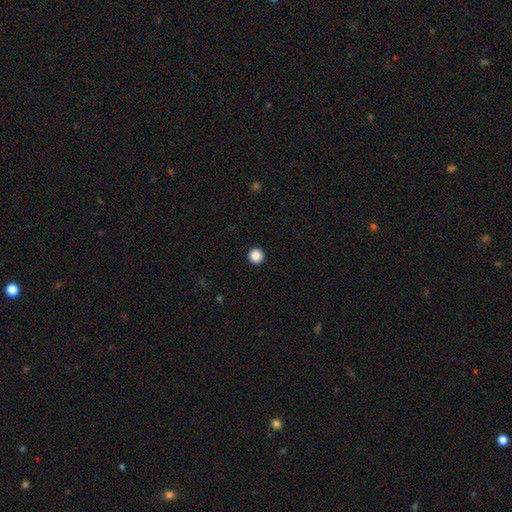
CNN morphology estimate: A smooth galaxy with no disk features (87%) that is round (96%).

Vote fractions:
- Smooth or featured? smooth: 87% / star or artifact: 10% / featured or disk: 3%
- How rounded? round: 96% / in between: 3% / cigar-shaped: 1%
- Merging? none: 94% / minor disturbance: 4% / major disturbance: 1% / merger: 1%